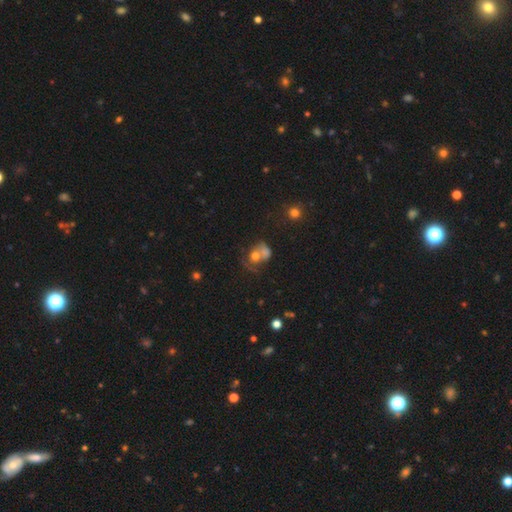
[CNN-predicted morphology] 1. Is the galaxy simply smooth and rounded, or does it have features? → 60% smooth, 27% featured or disk, 13% star or artifact.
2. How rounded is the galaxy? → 59% round, 40% in between, 1% cigar-shaped.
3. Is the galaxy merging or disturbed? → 57% merger, 21% none, 12% major disturbance, 10% minor disturbance.